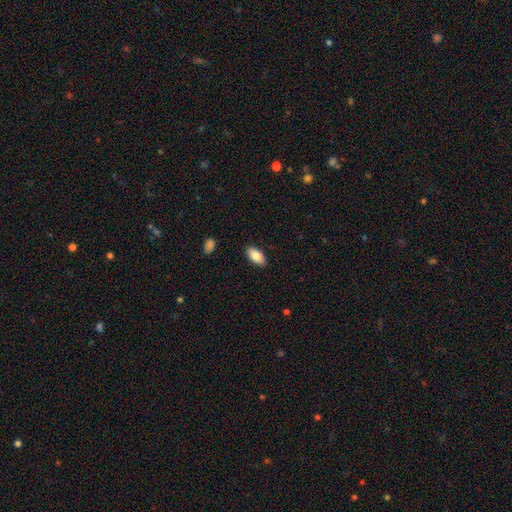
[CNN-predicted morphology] This is clearly a smooth galaxy (83%). How rounded: clearly in between (92%). Merging: clearly none (88%).